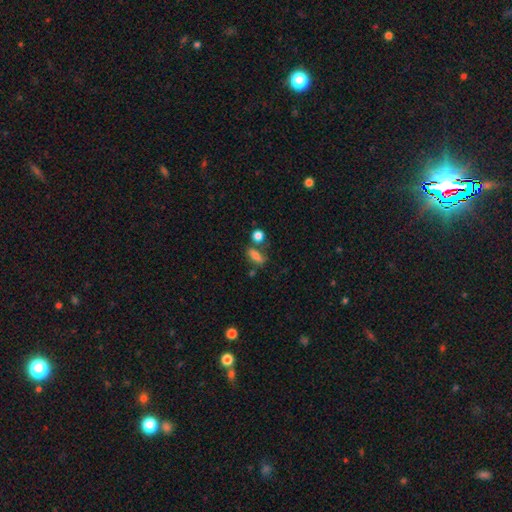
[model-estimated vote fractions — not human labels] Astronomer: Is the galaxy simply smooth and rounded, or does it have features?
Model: smooth — 75%.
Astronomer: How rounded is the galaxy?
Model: in between — 71%.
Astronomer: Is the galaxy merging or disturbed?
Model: none — 53%.